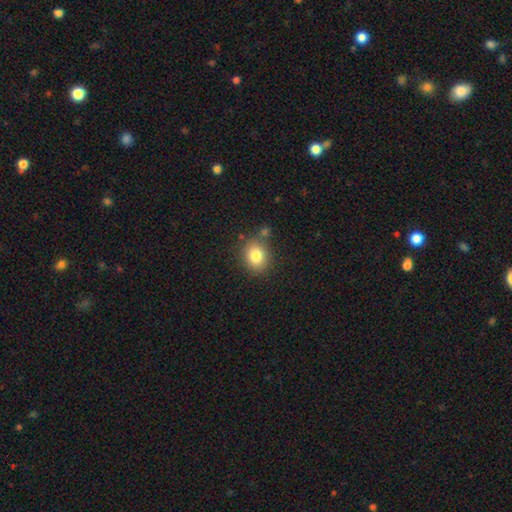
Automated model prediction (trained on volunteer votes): Overall: smooth (82%). How rounded: round (64%; in between 35%). Merging: none (77%).